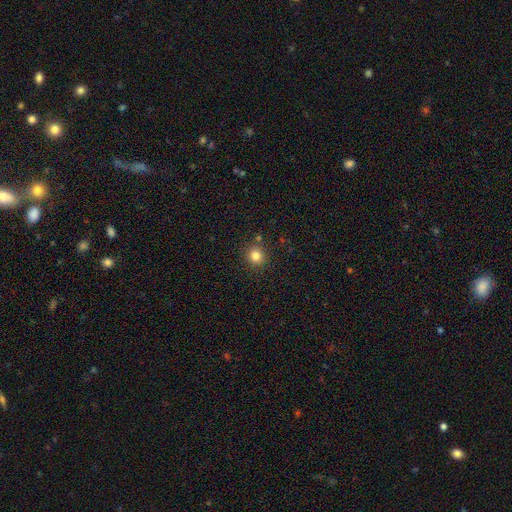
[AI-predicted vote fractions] Smooth or featured? smooth (82%)
How rounded? round (88%)
Merging? none (86%)